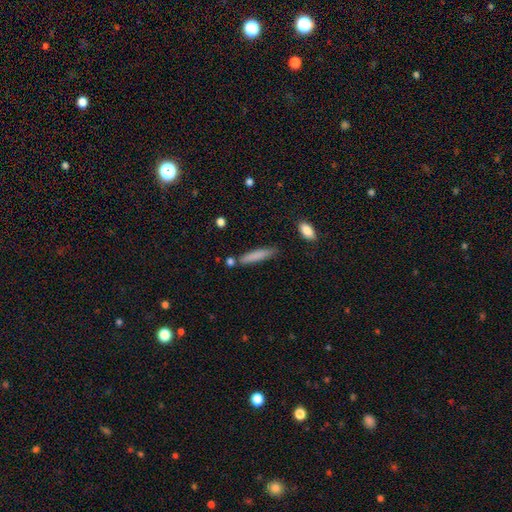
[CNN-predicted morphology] Q: Smooth or featured?
A: smooth (79%); runner-up: featured or disk (14%)
Q: How rounded?
A: cigar-shaped (89%); runner-up: in between (9%)
Q: Merging?
A: none (77%); runner-up: minor disturbance (14%)